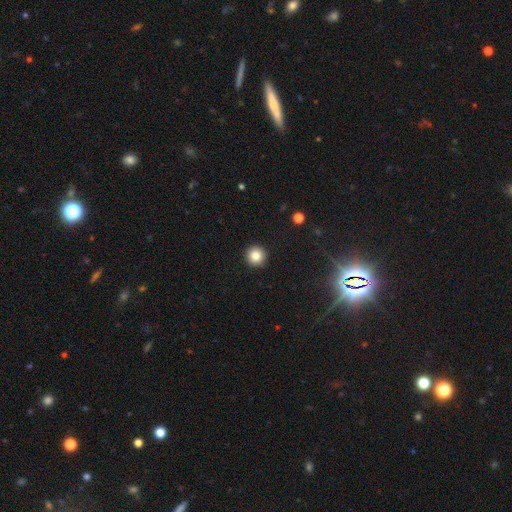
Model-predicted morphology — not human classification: Smooth or featured?
  - smooth: 84% *
  - star or artifact: 10%
  - featured or disk: 6%
How rounded?
  - round: 96% *
  - in between: 3%
  - cigar-shaped: 1%
Merging?
  - none: 94% *
  - minor disturbance: 4%
  - major disturbance: 1%
  - merger: 1%